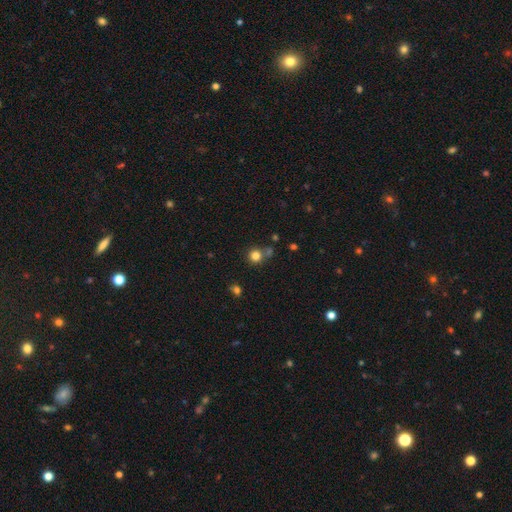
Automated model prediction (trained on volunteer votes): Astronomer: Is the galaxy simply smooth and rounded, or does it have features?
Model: smooth — 81%.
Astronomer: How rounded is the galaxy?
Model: round — 92%.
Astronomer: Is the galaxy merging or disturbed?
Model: none — 71%.